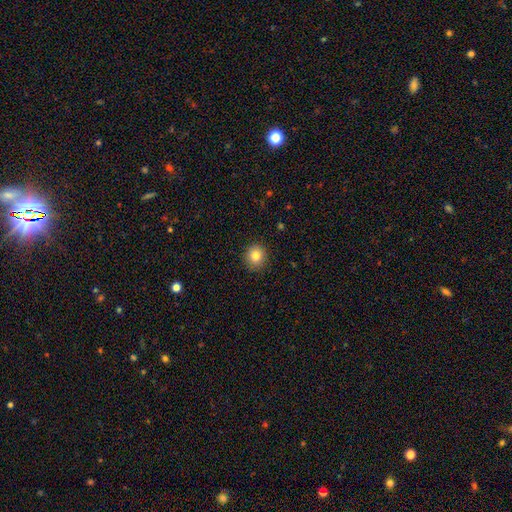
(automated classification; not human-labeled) Smooth or featured: smooth — 82% (star or artifact — 10%)
How rounded: round — 89% (in between — 10%)
Merging: none — 90% (minor disturbance — 7%)